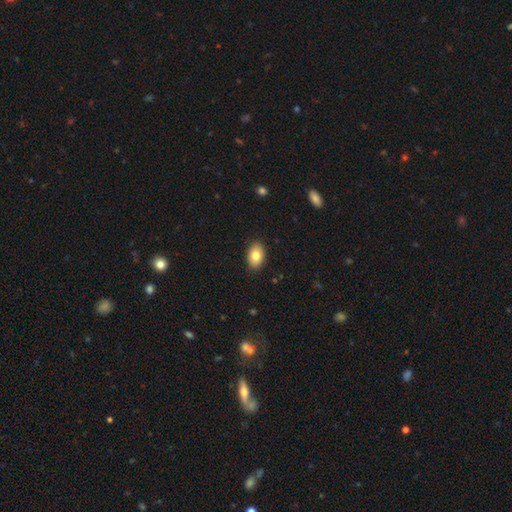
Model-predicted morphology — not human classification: Smooth or featured? Predicted: smooth (p=0.81). How rounded? Predicted: in between (p=0.88). Merging? Predicted: none (p=0.89).